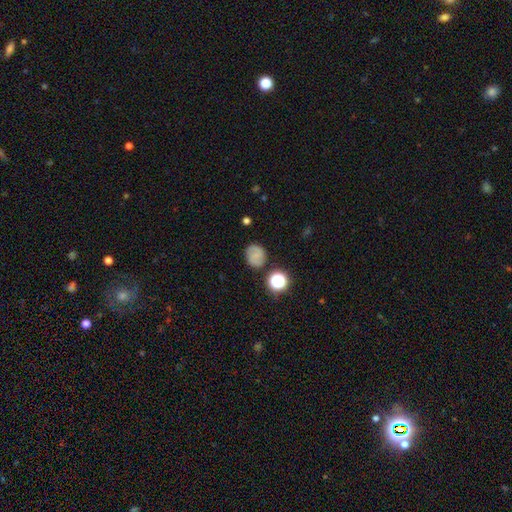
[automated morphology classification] A smooth galaxy with no disk features (52%) that is round (76%). Merging: none (79%).